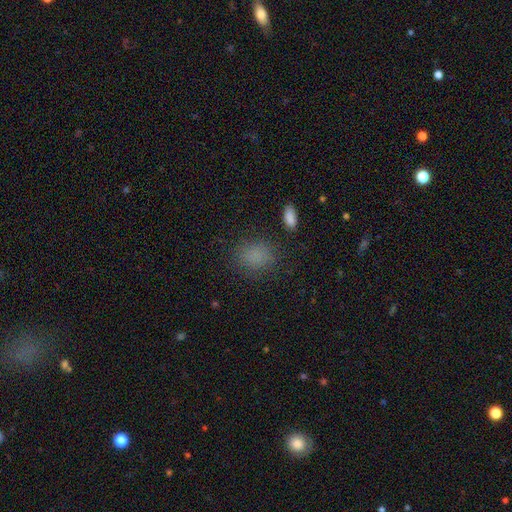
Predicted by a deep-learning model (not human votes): A smooth galaxy with no disk features (81%) that is round (54%).

Vote fractions:
- Smooth or featured? smooth: 81% / star or artifact: 14% / featured or disk: 5%
- How rounded? round: 54% / in between: 44% / cigar-shaped: 2%
- Merging? none: 82% / minor disturbance: 12% / major disturbance: 5% / merger: 2%